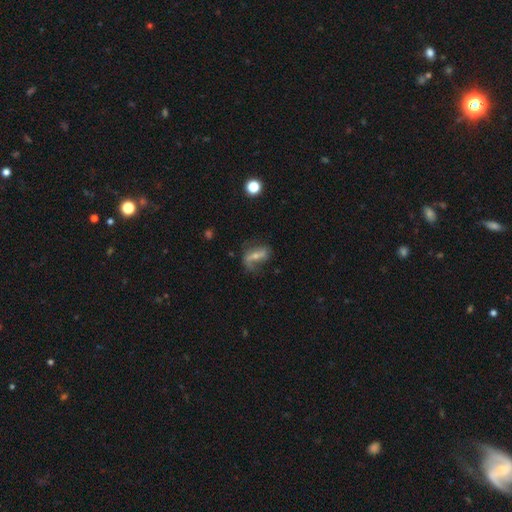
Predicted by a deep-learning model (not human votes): smooth_or_featured: featured or disk (p=0.64) [alt: smooth p=0.27]
disk_edge_on: no (p=0.87) [alt: yes p=0.13]
bar: strong (p=0.48) [alt: weak p=0.28]
has_spiral_arms: yes (p=0.74) [alt: no p=0.26]
bulge_size: small (p=0.53) [alt: moderate p=0.40]
merging: none (p=0.51) [alt: minor disturbance p=0.25]